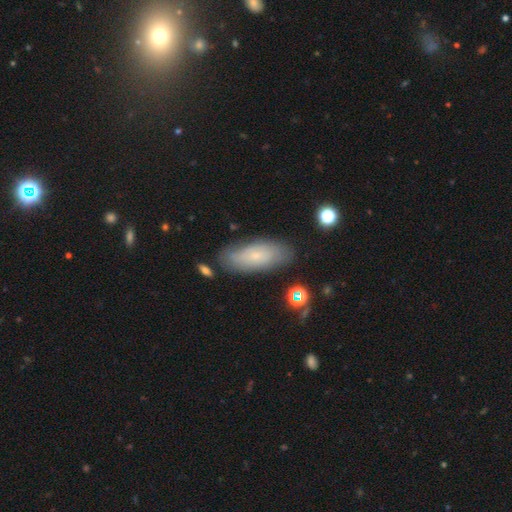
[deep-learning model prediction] Smooth or featured? smooth (56%)
How rounded? in between (77%)
Merging? none (78%)